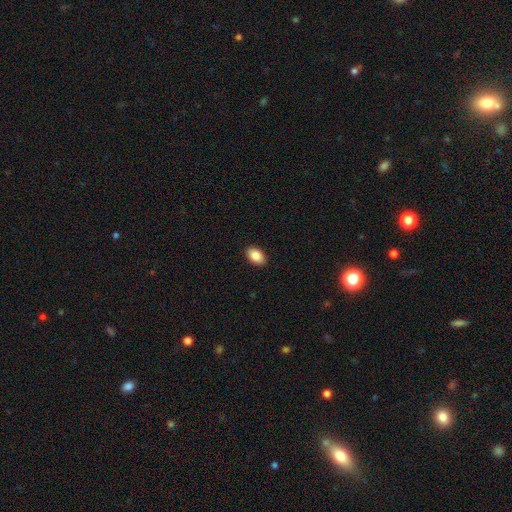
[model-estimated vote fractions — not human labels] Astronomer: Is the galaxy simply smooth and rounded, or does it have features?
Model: smooth — 87%.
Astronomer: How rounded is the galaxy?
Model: in between — 90%.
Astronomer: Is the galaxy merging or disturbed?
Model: none — 91%.